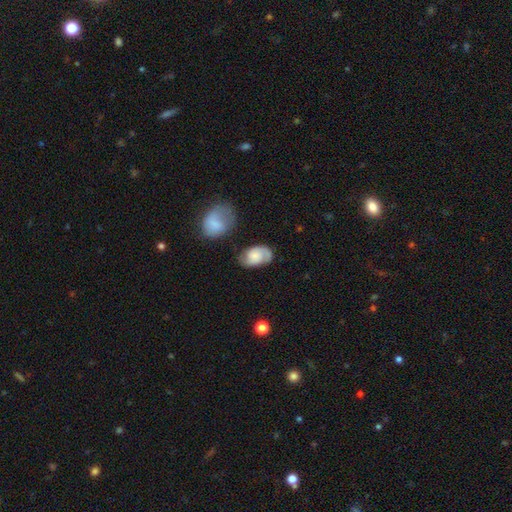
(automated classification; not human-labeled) Overall: featured or disk (61%; smooth 32%). Edge-on disk: no (97%). Bar: no (70%). Spiral arms: yes (91%). Spiral arm count: 2 (78%). Spiral winding: medium (44%; tight 40%). Bulge size: small (37%; moderate 28%). Merging: none (62%; minor disturbance 22%).